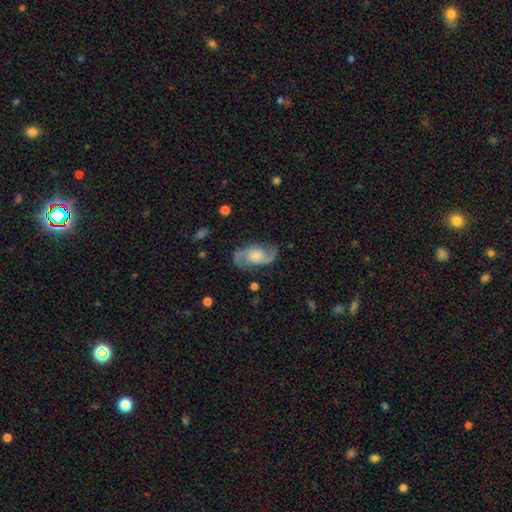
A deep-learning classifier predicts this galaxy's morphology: smooth-or-featured: featured or disk: 87% | smooth: 8% | star or artifact: 5%
  disk-edge-on: no: 97% | yes: 3%
    bar: no: 61% | weak: 32% | strong: 6%
    has-spiral-arms: yes: 97% | no: 3%
      spiral-winding: medium: 52% | loose: 34% | tight: 14%
      spiral-arm-count: 2: 93% | can't tell: 2% | 1: 1% | 3: 1% | 4: 1% | more than 4: 1%
    bulge-size: moderate: 42% | small: 30% | large: 15% | none: 11% | dominant: 2%
  merging: none: 80% | minor disturbance: 13% | major disturbance: 6% | merger: 1%